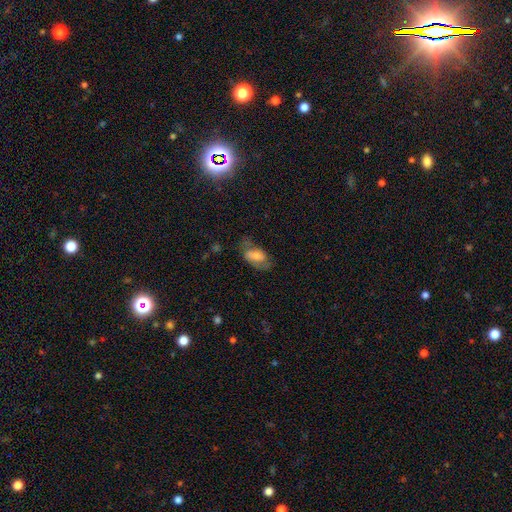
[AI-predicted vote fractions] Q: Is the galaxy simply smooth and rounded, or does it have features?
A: smooth — 51%.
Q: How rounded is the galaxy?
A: in between — 89%.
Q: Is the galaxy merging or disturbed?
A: none — 54%.